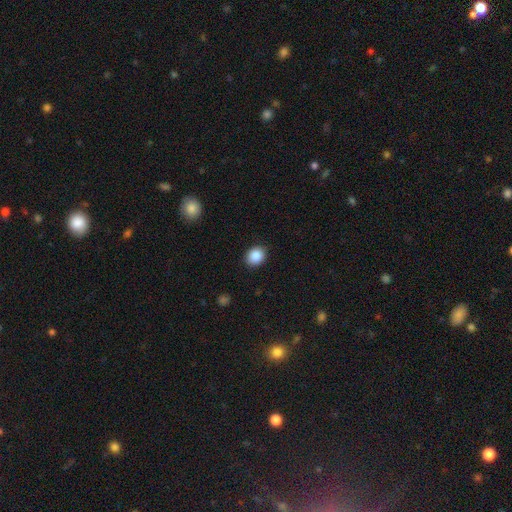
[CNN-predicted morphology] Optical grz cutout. It shows a smooth galaxy with no disk features (88%) that is round (53%). Merging: none (89%).